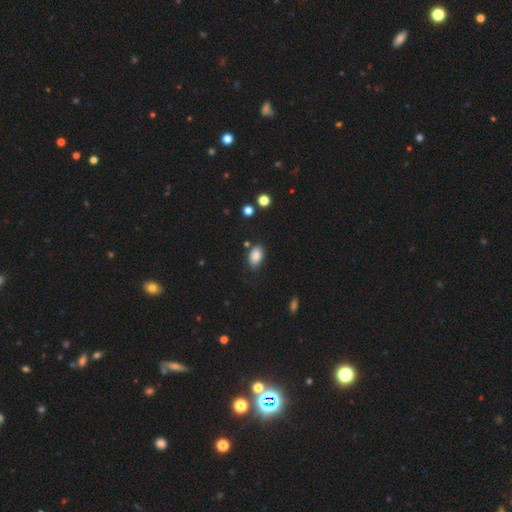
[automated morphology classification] Q: Smooth or featured?
A: smooth (86%); runner-up: star or artifact (8%)
Q: How rounded?
A: in between (89%); runner-up: round (9%)
Q: Merging?
A: none (75%); runner-up: minor disturbance (18%)